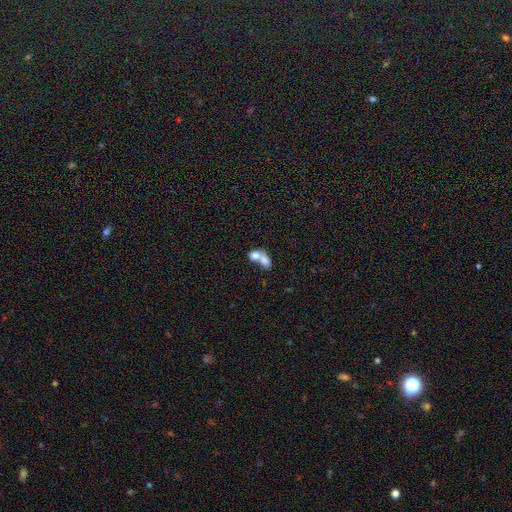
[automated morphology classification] Smooth or featured: smooth — 73% (featured or disk — 19%)
How rounded: in between — 60% (round — 38%)
Merging: merger — 75% (none — 16%)